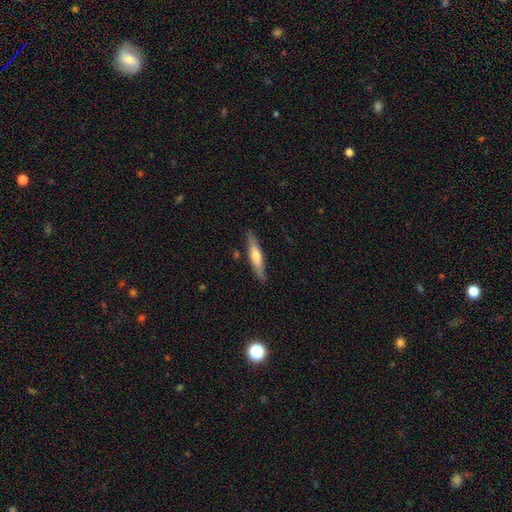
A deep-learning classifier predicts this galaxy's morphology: Smooth or featured?
  - smooth: 58% *
  - featured or disk: 37%
  - star or artifact: 6%
How rounded?
  - cigar-shaped: 84% *
  - in between: 14%
  - round: 1%
Merging?
  - none: 86% *
  - minor disturbance: 10%
  - major disturbance: 2%
  - merger: 2%